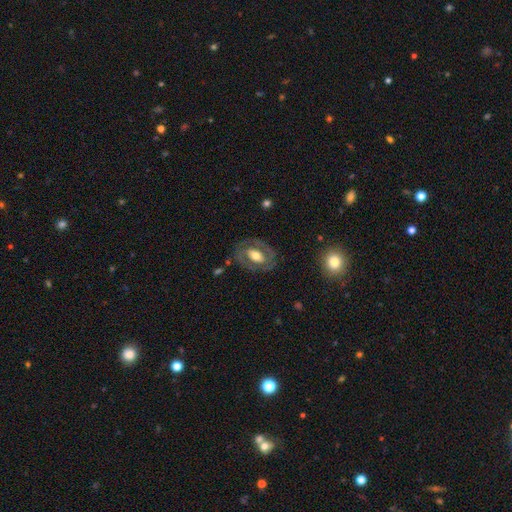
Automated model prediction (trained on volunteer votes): featured or disk 64%, smooth 30%, star or artifact 6%. Down the decision tree: edge-on disk — no (94%); bar — no (50%); spiral arms — no (51%); bulge size — moderate (61%); merging — none (75%).